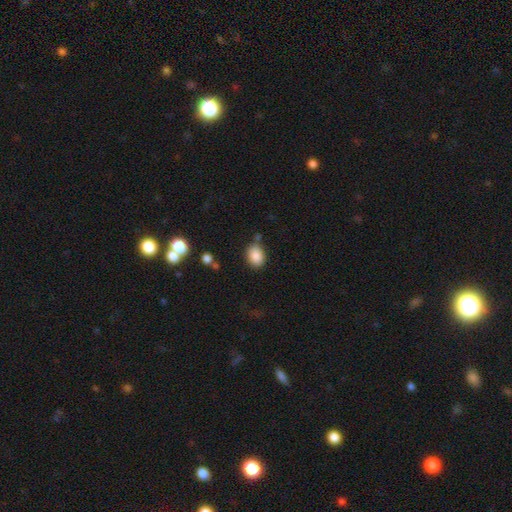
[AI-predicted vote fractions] This appears to be a smooth galaxy with no disk features (87%) that is in between round and cigar-shaped (68%). Merging: none (76%).